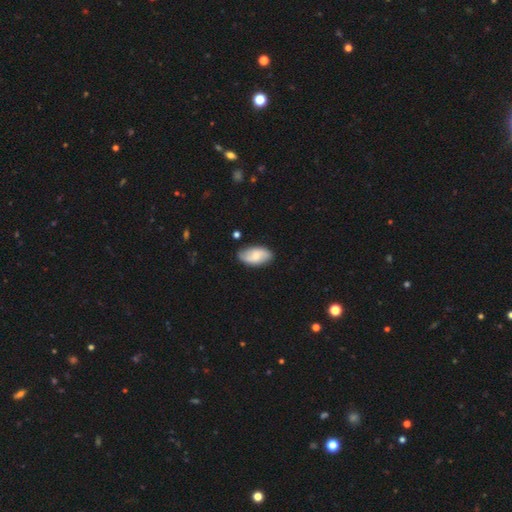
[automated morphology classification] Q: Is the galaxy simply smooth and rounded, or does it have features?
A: smooth — 55%.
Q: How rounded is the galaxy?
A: in between — 94%.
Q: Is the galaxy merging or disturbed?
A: none — 80%.